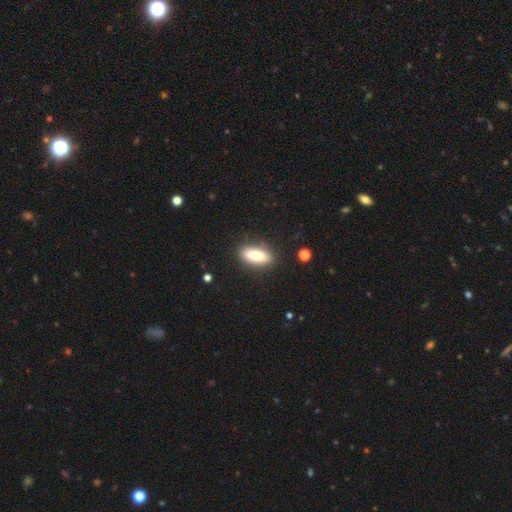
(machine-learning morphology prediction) Smooth or featured?
  - smooth: 76% *
  - featured or disk: 17%
  - star or artifact: 7%
How rounded?
  - in between: 76% *
  - cigar-shaped: 21%
  - round: 3%
Merging?
  - none: 84% *
  - minor disturbance: 11%
  - major disturbance: 3%
  - merger: 2%